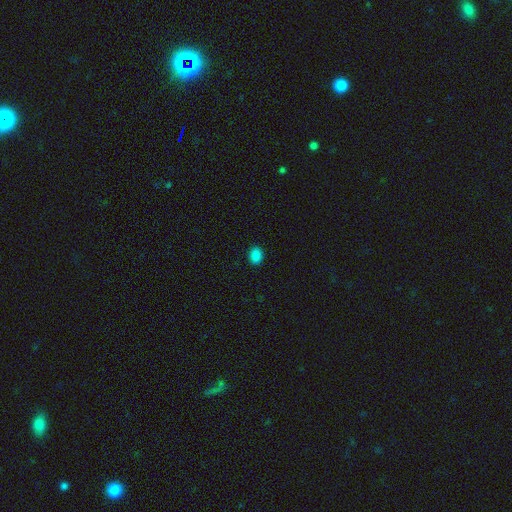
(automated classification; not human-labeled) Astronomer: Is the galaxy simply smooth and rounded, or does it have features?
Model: smooth — 85%.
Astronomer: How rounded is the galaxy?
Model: in between — 62%.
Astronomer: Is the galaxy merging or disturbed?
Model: none — 90%.